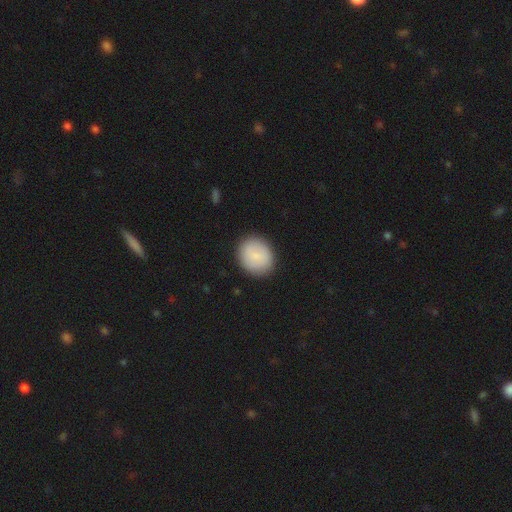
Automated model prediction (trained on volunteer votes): A smooth galaxy with no disk features (81%) that is round (72%).

Vote fractions:
- Smooth or featured? smooth: 81% / featured or disk: 12% / star or artifact: 7%
- How rounded? round: 72% / in between: 27% / cigar-shaped: 1%
- Merging? none: 88% / minor disturbance: 9% / major disturbance: 2% / merger: 1%